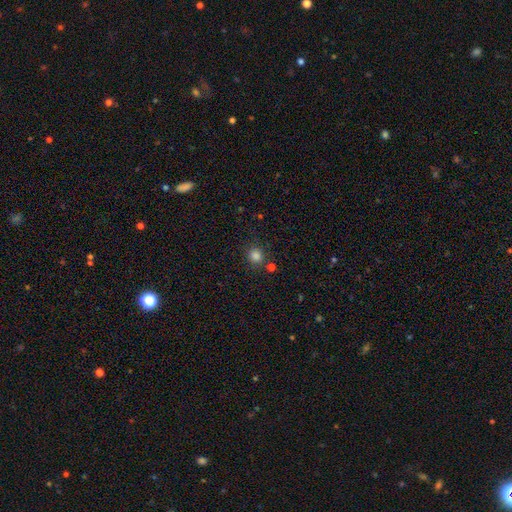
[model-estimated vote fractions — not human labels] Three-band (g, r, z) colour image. It shows a smooth galaxy with no disk features (83%) that is round (86%). Merging: none (80%).